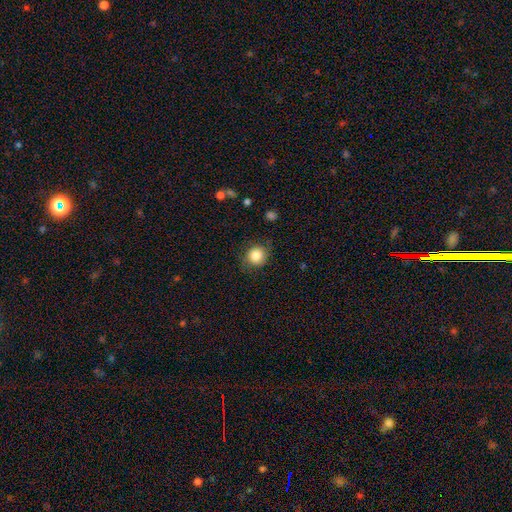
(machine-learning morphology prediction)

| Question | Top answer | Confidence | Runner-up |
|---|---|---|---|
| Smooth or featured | smooth | 83% | star or artifact (10%) |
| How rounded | round | 86% | in between (14%) |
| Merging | none | 77% | minor disturbance (16%) |